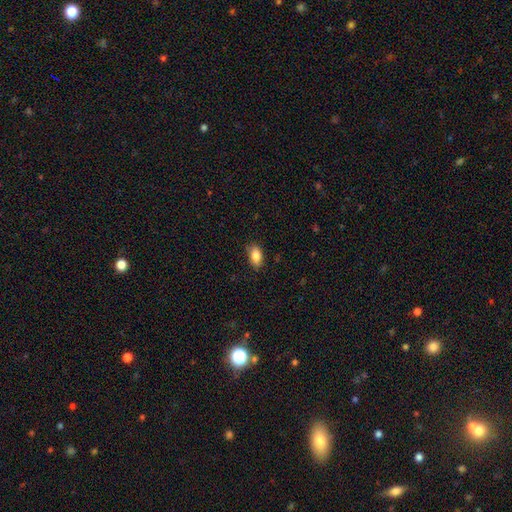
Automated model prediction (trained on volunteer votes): smooth 85%, star or artifact 8%, featured or disk 8%. Down the decision tree: how rounded — in between (90%); merging — none (84%).